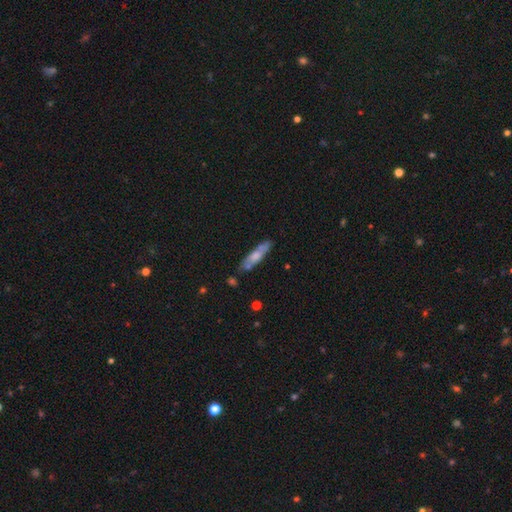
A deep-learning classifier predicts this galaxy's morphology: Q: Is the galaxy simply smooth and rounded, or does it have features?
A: smooth — 54%.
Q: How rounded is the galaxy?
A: cigar-shaped — 77%.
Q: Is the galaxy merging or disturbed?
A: none — 71%.